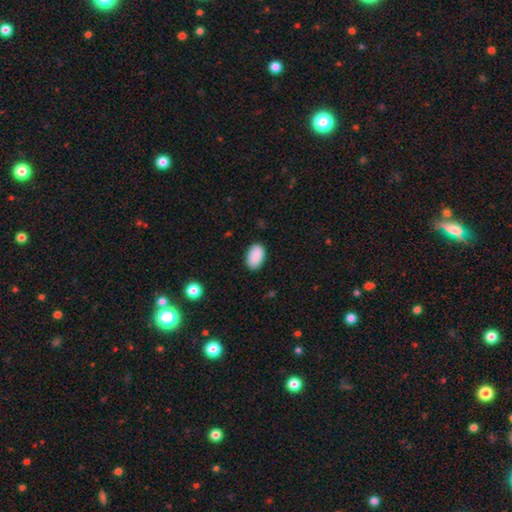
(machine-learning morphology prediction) This appears to be a smooth galaxy with no disk features (90%) that is in between round and cigar-shaped (93%). Merging: none (87%).